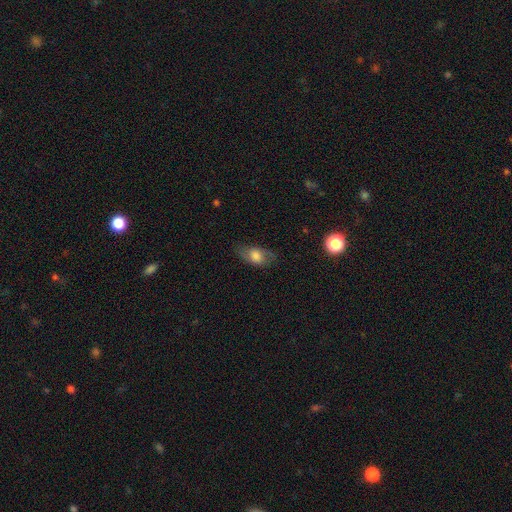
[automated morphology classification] smooth_or_featured: smooth (p=0.58) [alt: featured or disk p=0.33]
how_rounded: in between (p=0.80) [alt: round p=0.15]
merging: none (p=0.71) [alt: minor disturbance p=0.19]